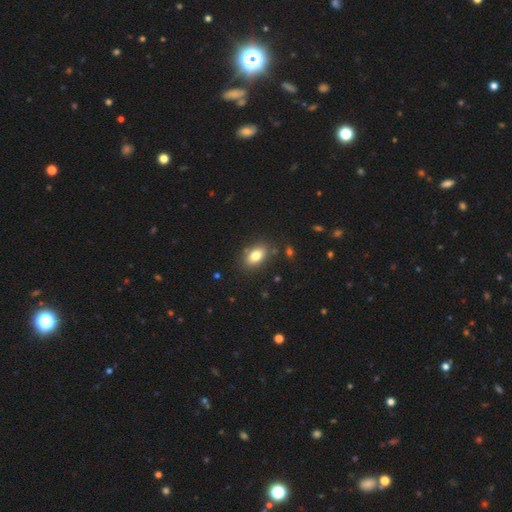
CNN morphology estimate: smooth-or-featured: smooth: 81% | featured or disk: 10% | star or artifact: 9%
  how-rounded: in between: 87% | round: 10% | cigar-shaped: 3%
  merging: none: 83% | minor disturbance: 11% | merger: 3% | major disturbance: 3%